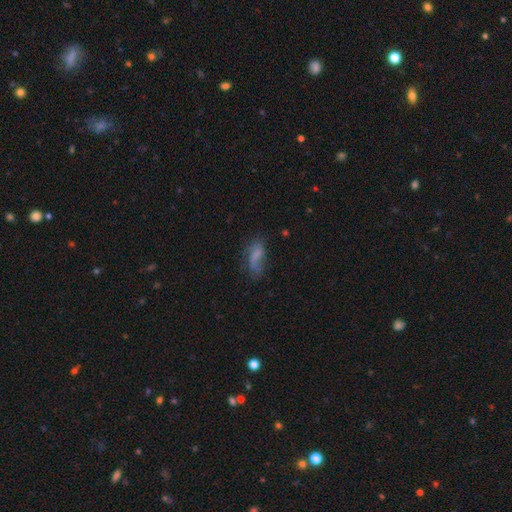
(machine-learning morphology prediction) type=smooth (49%); merging=none (44%).